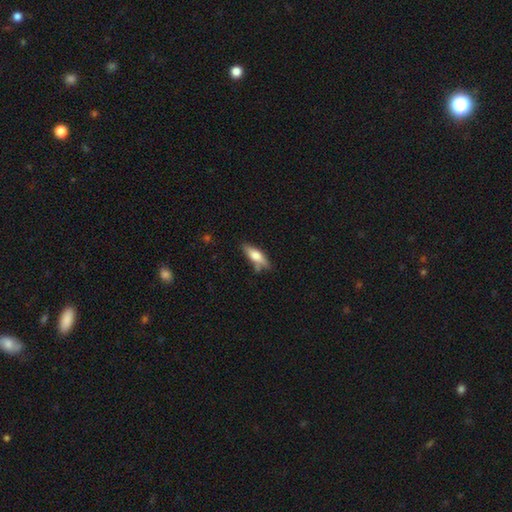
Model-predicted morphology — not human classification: Smooth or featured? Predicted: smooth (p=0.63). How rounded? Predicted: in between (p=0.49). Merging? Predicted: none (p=0.67).